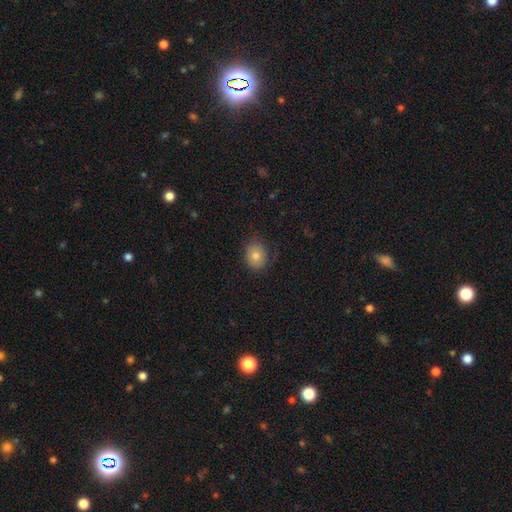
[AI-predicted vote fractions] This is likely a smooth galaxy (77%). How rounded: likely round (61%). Merging: likely none (79%).